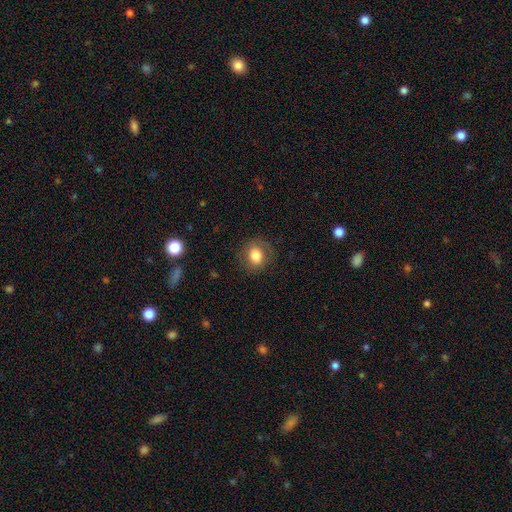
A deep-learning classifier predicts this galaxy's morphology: This appears to be a smooth galaxy with no disk features (81%) that is round (70%). Merging: none (81%).